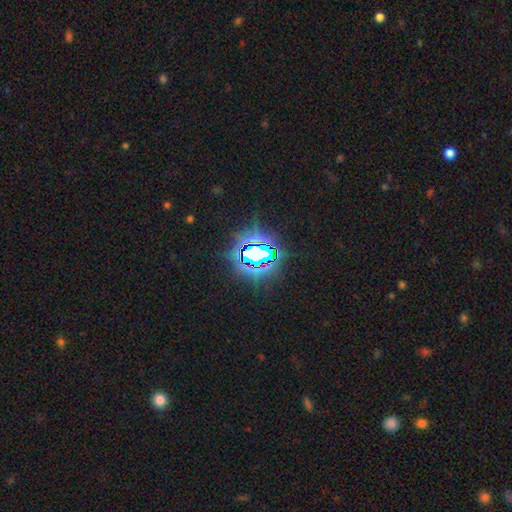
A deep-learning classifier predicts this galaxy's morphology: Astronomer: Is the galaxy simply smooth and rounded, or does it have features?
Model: star or artifact — 77%.